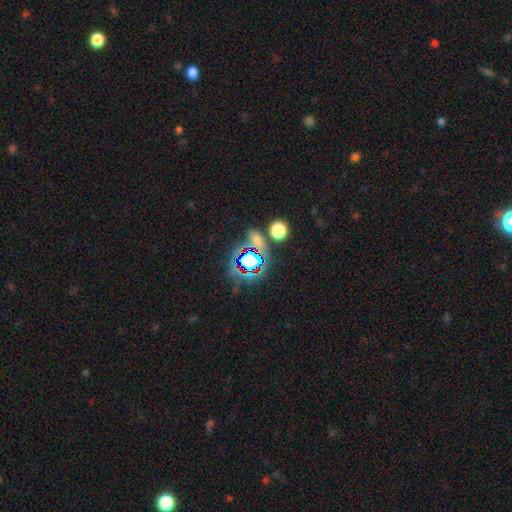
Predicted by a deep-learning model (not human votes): A star or artifact, not a galaxy (60%).

Vote fractions:
- Smooth or featured? star or artifact: 60% / smooth: 29% / featured or disk: 11%